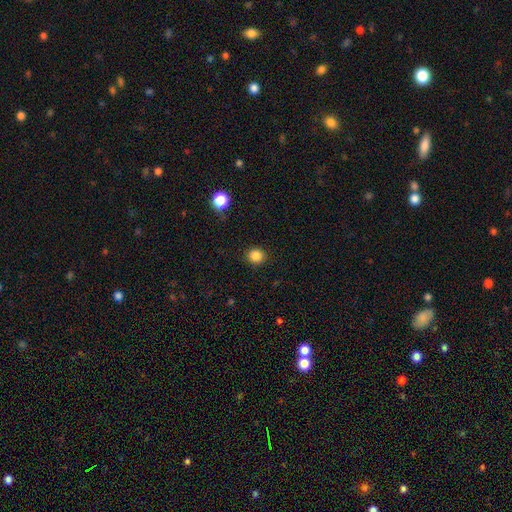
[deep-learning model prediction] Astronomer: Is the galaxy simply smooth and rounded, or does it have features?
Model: smooth — 85%.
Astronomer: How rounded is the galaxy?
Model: round — 87%.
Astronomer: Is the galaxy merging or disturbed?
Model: none — 91%.